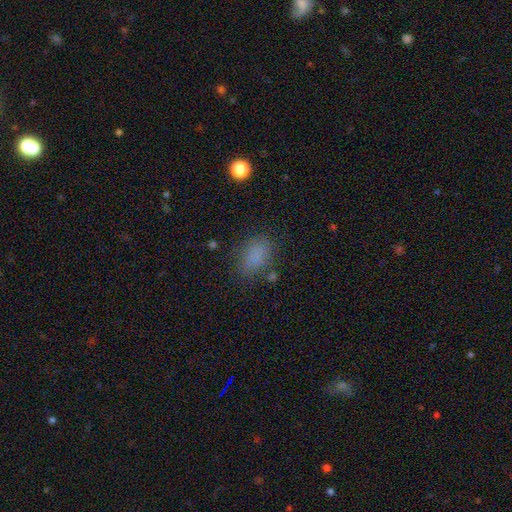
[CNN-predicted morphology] A smooth galaxy with no disk features (80%) that is in between round and cigar-shaped (79%). Merging: none (76%).